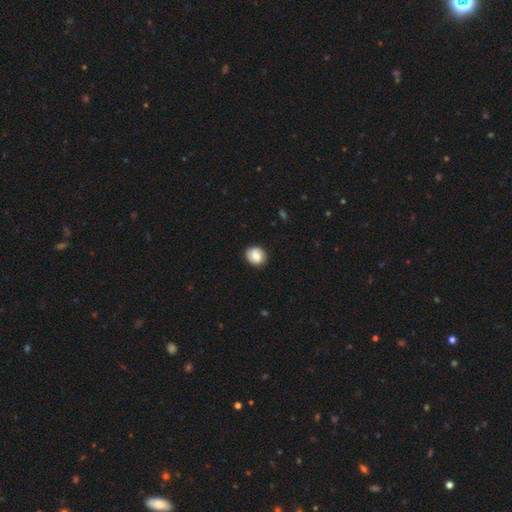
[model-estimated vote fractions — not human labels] A smooth galaxy with no disk features (75%) that is round (75%). Merging: none (86%).